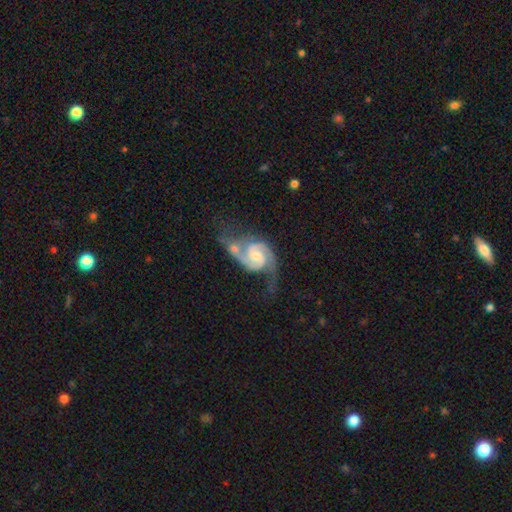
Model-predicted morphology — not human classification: Smooth or featured? featured or disk (92%)
Edge-on disk? no (98%)
Bar? no (46%)
Spiral arms? yes (98%)
Spiral winding? medium (55%)
Spiral arm count? 2 (92%)
Bulge size? small (43%)
Merging? none (40%)